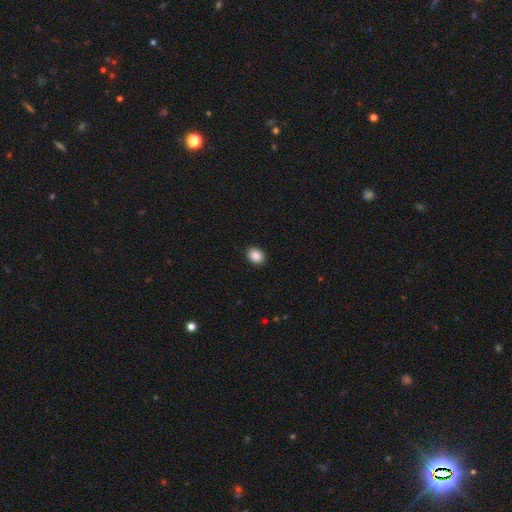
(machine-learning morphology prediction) Smooth or featured?
  - smooth: 89% *
  - star or artifact: 8%
  - featured or disk: 3%
How rounded?
  - in between: 59% *
  - round: 40%
  - cigar-shaped: 1%
Merging?
  - none: 91% *
  - minor disturbance: 7%
  - major disturbance: 2%
  - merger: 1%